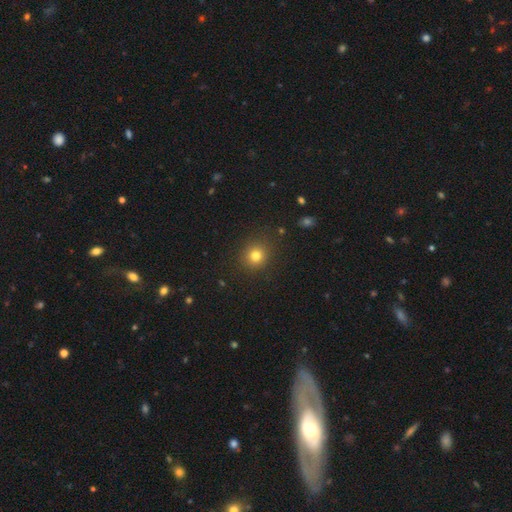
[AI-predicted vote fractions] A smooth galaxy with no disk features (79%) that is round (88%). Merging: none (89%).